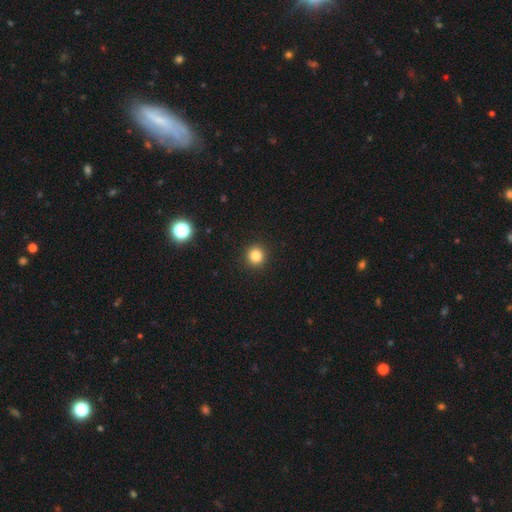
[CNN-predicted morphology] smooth-or-featured: smooth: 84% | star or artifact: 12% | featured or disk: 4%
  how-rounded: round: 93% | in between: 6% | cigar-shaped: 1%
  merging: none: 92% | minor disturbance: 5% | major disturbance: 2% | merger: 1%